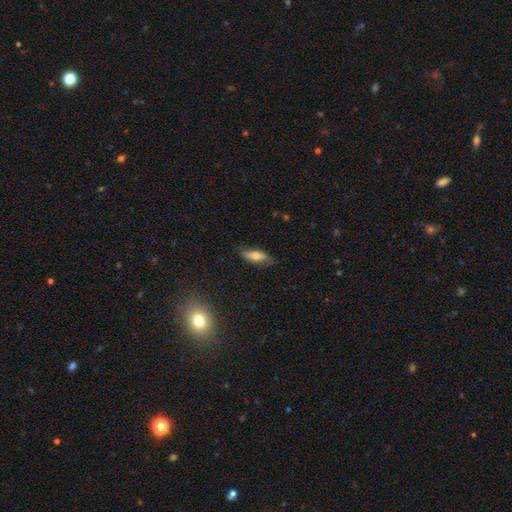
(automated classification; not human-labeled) Q: Smooth or featured?
A: smooth (59%); runner-up: featured or disk (33%)
Q: How rounded?
A: in between (57%); runner-up: cigar-shaped (40%)
Q: Merging?
A: none (75%); runner-up: minor disturbance (19%)